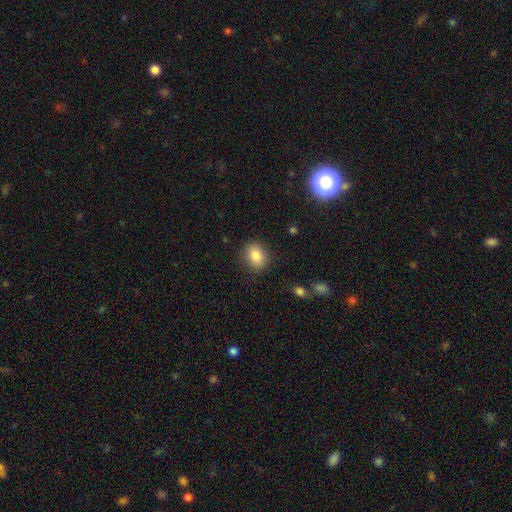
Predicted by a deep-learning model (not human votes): Overall: smooth (85%). How rounded: in between (64%; round 35%). Merging: none (85%).